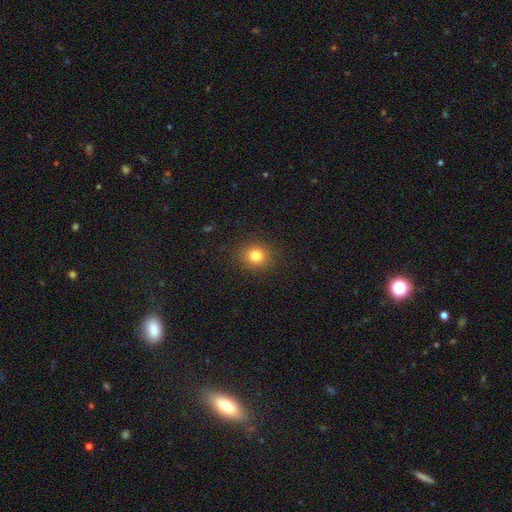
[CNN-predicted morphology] This appears to be a smooth galaxy with no disk features (80%) that is round (82%). Merging: none (90%).